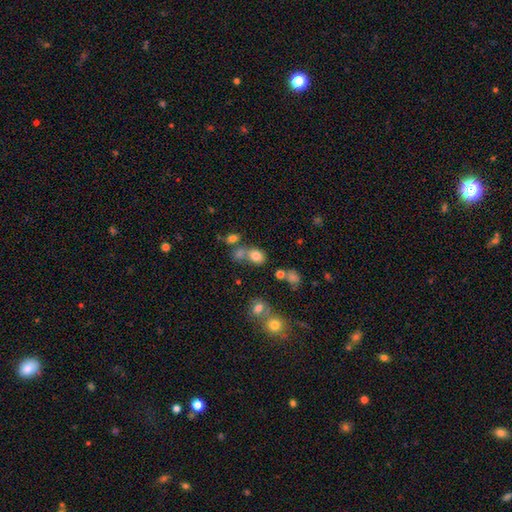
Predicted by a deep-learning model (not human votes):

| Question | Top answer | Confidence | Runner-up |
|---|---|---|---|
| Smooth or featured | smooth | 76% | star or artifact (14%) |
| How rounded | in between | 53% | round (46%) |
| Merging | none | 53% | merger (29%) |